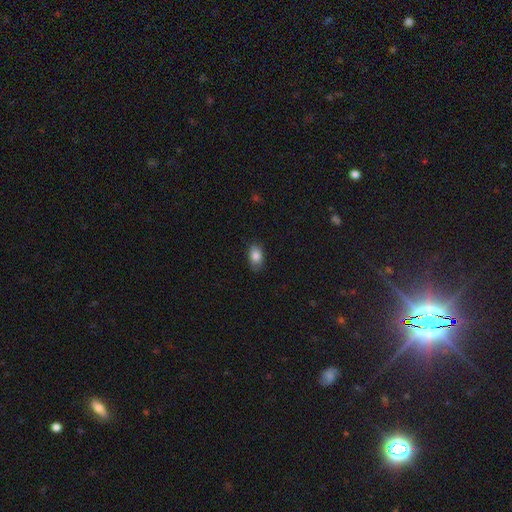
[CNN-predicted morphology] A smooth galaxy with no disk features (84%) that is in between round and cigar-shaped (87%).

Vote fractions:
- Smooth or featured? smooth: 84% / star or artifact: 8% / featured or disk: 8%
- How rounded? in between: 87% / round: 12% / cigar-shaped: 2%
- Merging? none: 81% / minor disturbance: 15% / major disturbance: 3% / merger: 1%